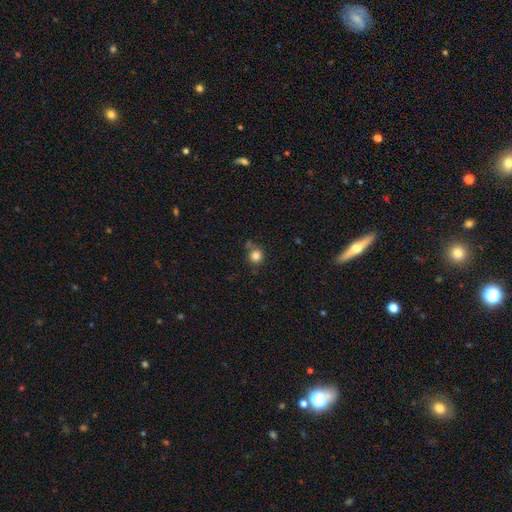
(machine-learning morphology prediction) Smooth or featured? smooth (83%)
How rounded? round (89%)
Merging? none (68%)